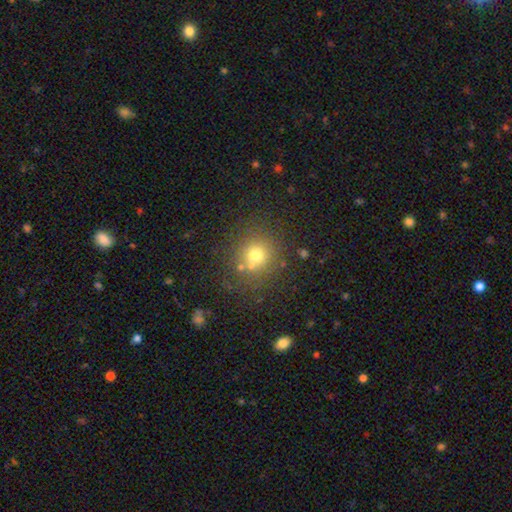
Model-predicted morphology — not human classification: smooth_or_featured: smooth (p=0.68) [alt: star or artifact p=0.19]
how_rounded: round (p=0.87) [alt: in between p=0.12]
merging: none (p=0.72) [alt: merger p=0.12]